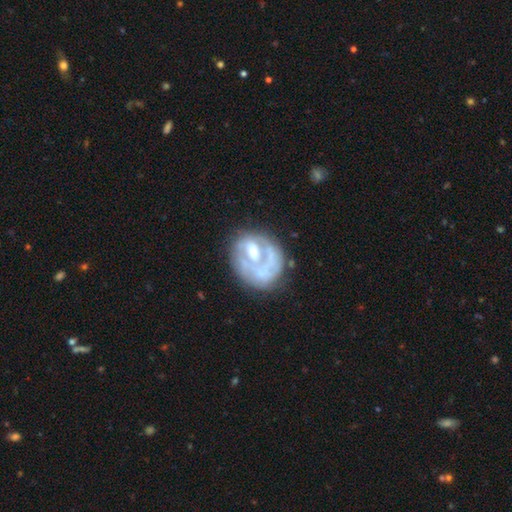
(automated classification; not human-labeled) smooth_or_featured: featured or disk (p=0.68) [alt: smooth p=0.24]
disk_edge_on: no (p=0.98) [alt: yes p=0.02]
bar: no (p=0.64) [alt: weak p=0.26]
has_spiral_arms: no (p=0.51) [alt: yes p=0.49]
bulge_size: moderate (p=0.48) [alt: small p=0.20]
merging: none (p=0.53) [alt: minor disturbance p=0.22]